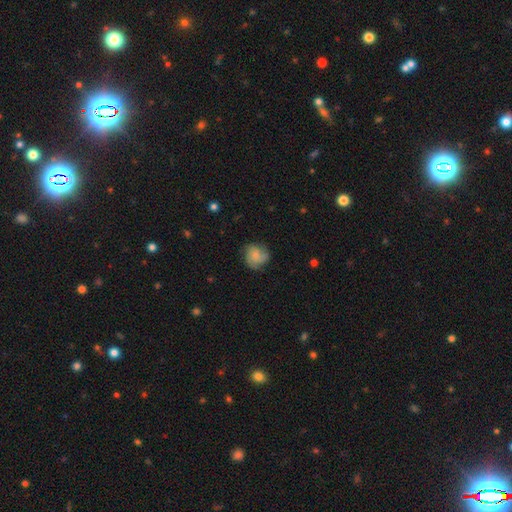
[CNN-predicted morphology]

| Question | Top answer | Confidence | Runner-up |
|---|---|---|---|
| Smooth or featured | featured or disk | 47% | smooth (45%) |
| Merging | none | 70% | minor disturbance (20%) |